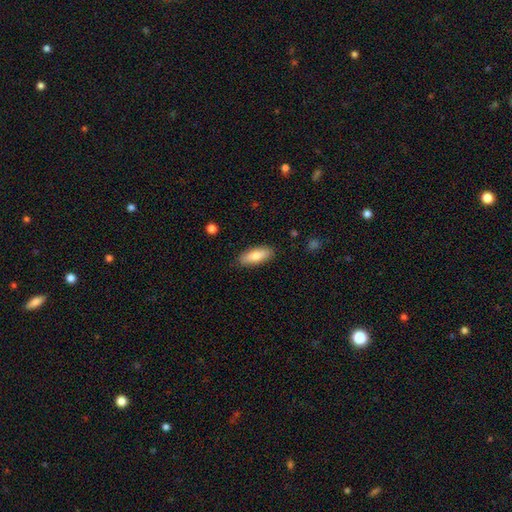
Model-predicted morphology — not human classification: A smooth galaxy with no disk features (78%) that is in between round and cigar-shaped (71%). Merging: none (87%).